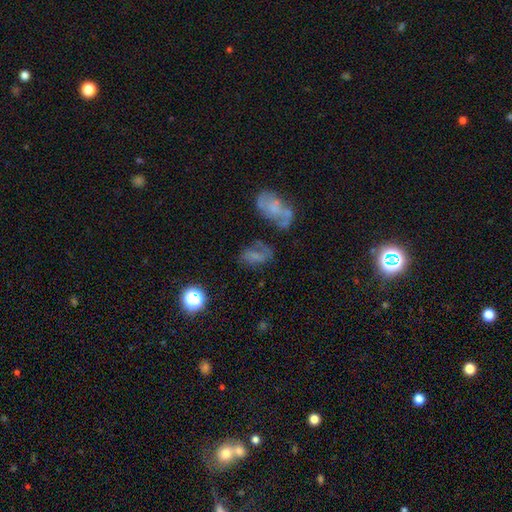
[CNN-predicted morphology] This appears to be a smooth galaxy with no disk features (51%) that is in between round and cigar-shaped (81%). Merging: none (45%).